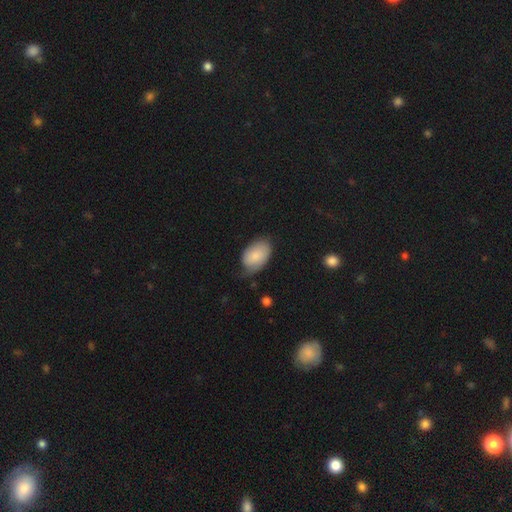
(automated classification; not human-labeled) This appears to be a smooth galaxy with no disk features (75%) that is in between round and cigar-shaped (91%). Merging: none (50%).